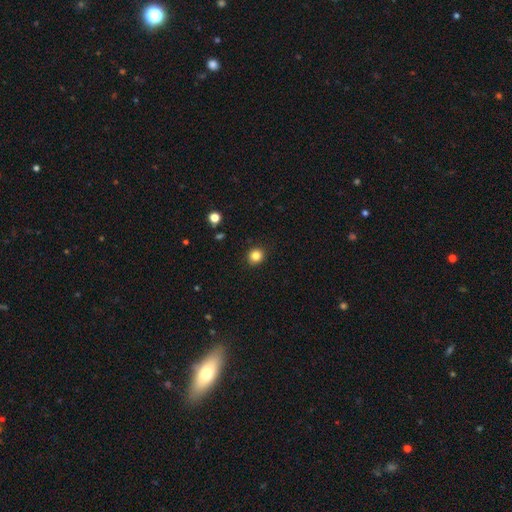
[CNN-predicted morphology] This appears to be a smooth galaxy with no disk features (84%) that is round (84%). Merging: none (91%).